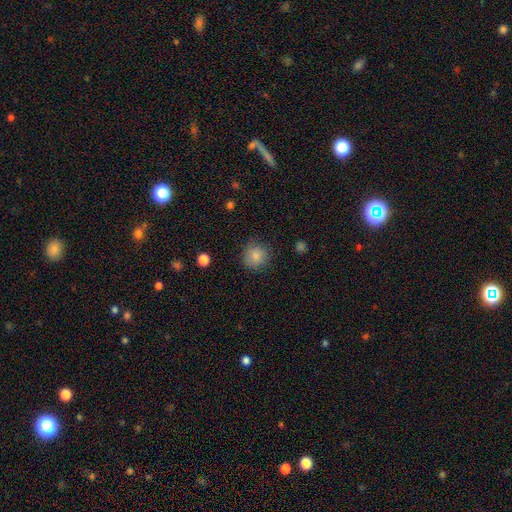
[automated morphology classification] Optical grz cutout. It shows a smooth galaxy with no disk features (85%) that is round (90%). Merging: none (81%).